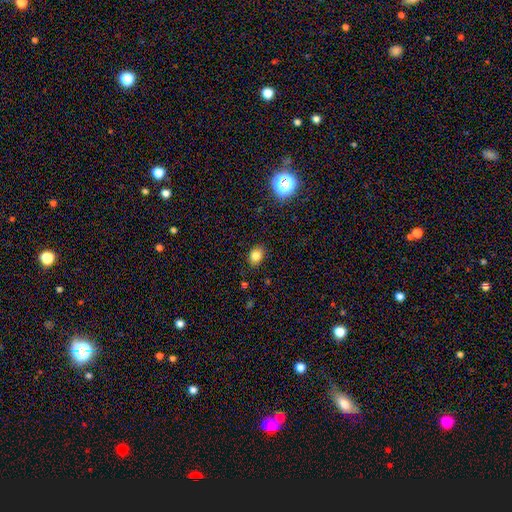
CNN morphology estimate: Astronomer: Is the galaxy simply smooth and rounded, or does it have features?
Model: smooth — 81%.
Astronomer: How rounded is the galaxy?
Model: in between — 67%.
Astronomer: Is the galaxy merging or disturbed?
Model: none — 84%.